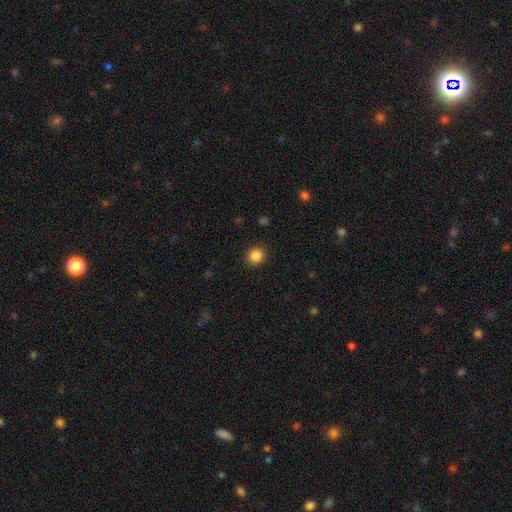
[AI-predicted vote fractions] This is clearly a smooth galaxy (86%). How rounded: clearly round (89%). Merging: clearly none (90%).